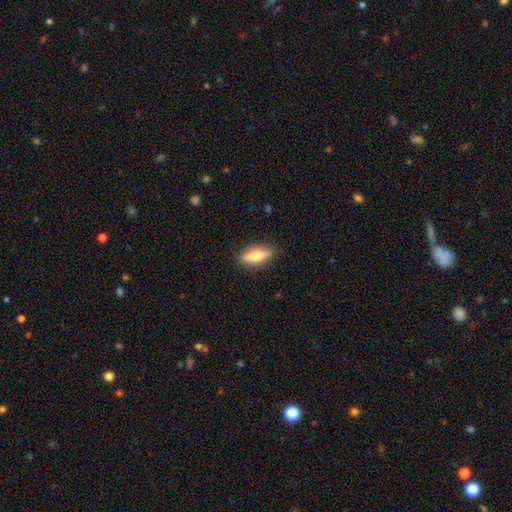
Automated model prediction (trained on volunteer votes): Overall: smooth (67%). How rounded: in between (56%; cigar-shaped 41%). Merging: none (87%).